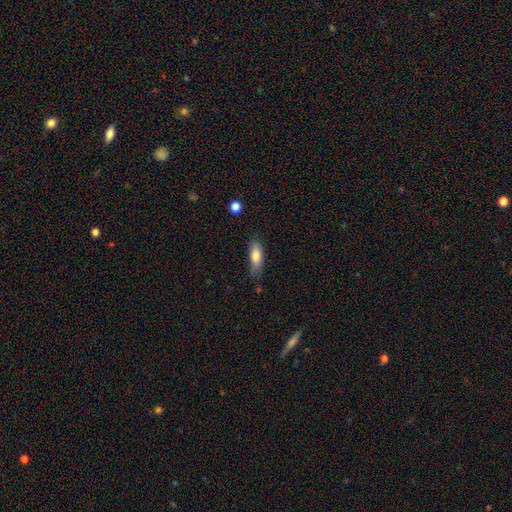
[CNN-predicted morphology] A smooth galaxy with no disk features (80%) that is in between round and cigar-shaped (63%). Merging: none (74%).